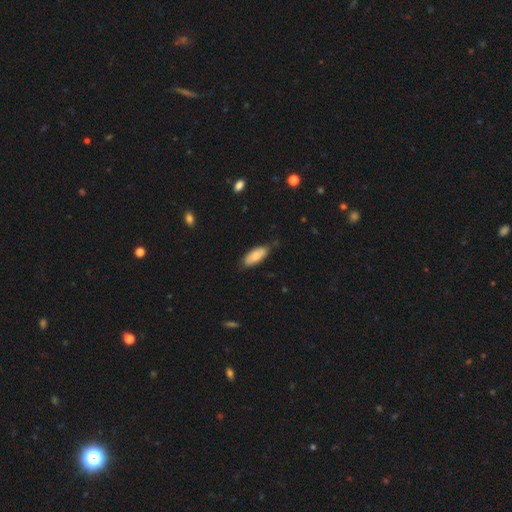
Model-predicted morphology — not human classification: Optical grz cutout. It shows a smooth galaxy with no disk features (69%) that is in between round and cigar-shaped (83%). Merging: none (73%).